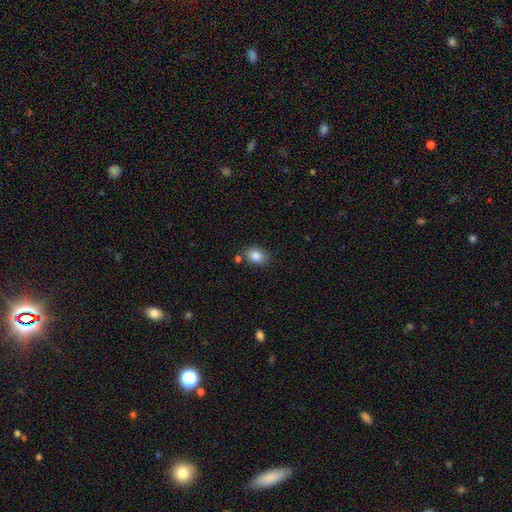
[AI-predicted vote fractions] smooth-or-featured: smooth: 85% | star or artifact: 9% | featured or disk: 7%
  how-rounded: in between: 71% | round: 27% | cigar-shaped: 1%
  merging: none: 78% | minor disturbance: 13% | merger: 6% | major disturbance: 3%